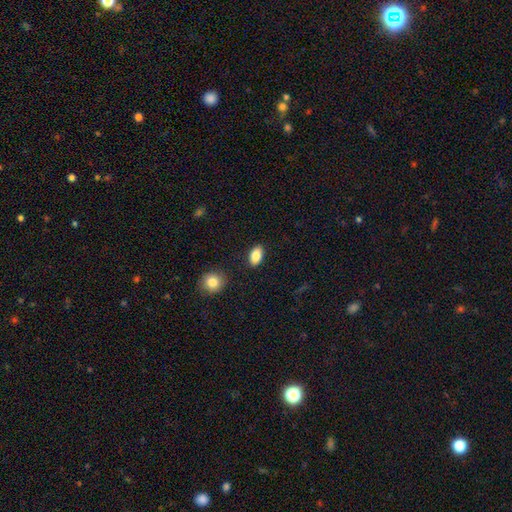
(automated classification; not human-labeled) A smooth galaxy with no disk features (85%) that is in between round and cigar-shaped (90%).

Vote fractions:
- Smooth or featured? smooth: 85% / star or artifact: 8% / featured or disk: 7%
- How rounded? in between: 90% / round: 7% / cigar-shaped: 3%
- Merging? none: 87% / minor disturbance: 9% / major disturbance: 2% / merger: 2%